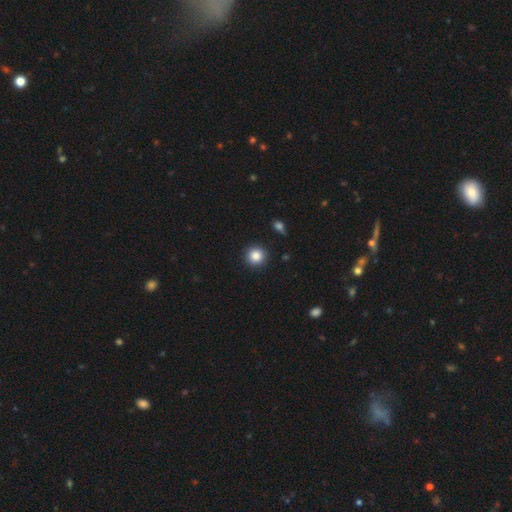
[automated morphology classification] Smooth or featured: smooth — 85% (star or artifact — 10%)
How rounded: round — 94% (in between — 5%)
Merging: none — 91% (minor disturbance — 6%)